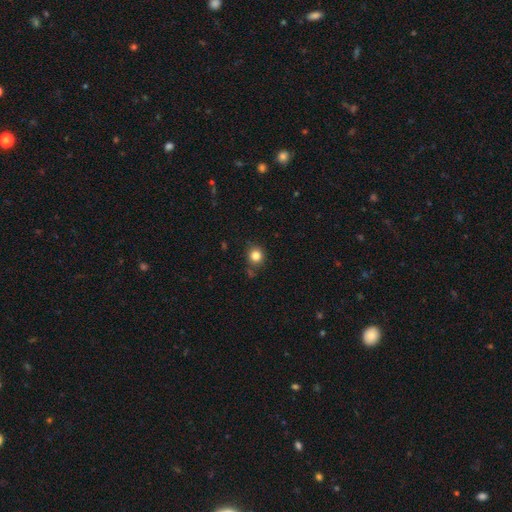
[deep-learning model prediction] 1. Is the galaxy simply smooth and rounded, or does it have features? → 82% smooth, 12% star or artifact, 6% featured or disk.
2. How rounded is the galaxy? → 86% round, 14% in between, 1% cigar-shaped.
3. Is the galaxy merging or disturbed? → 80% none, 13% minor disturbance, 4% merger, 3% major disturbance.